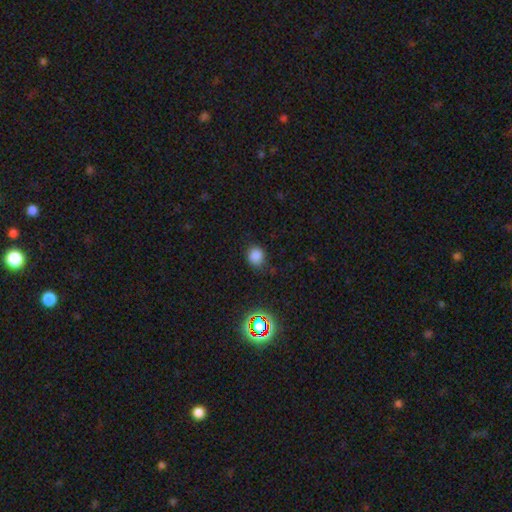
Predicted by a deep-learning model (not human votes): This is likely a smooth galaxy (80%). How rounded: likely round (79%). Merging: likely none (78%).